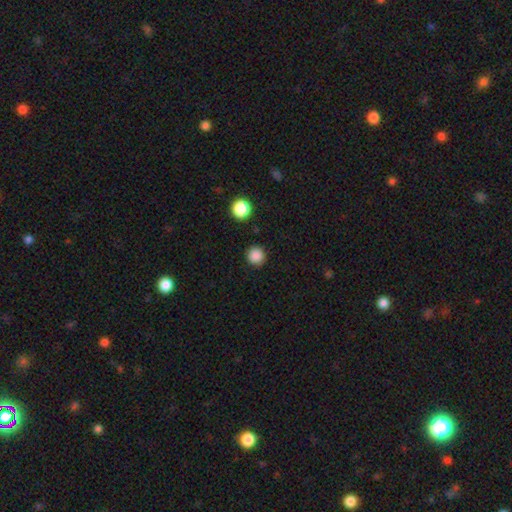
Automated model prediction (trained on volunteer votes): smooth-or-featured: smooth: 86% | star or artifact: 11% | featured or disk: 3%
  how-rounded: round: 95% | in between: 4% | cigar-shaped: 1%
  merging: none: 91% | minor disturbance: 6% | major disturbance: 2% | merger: 2%